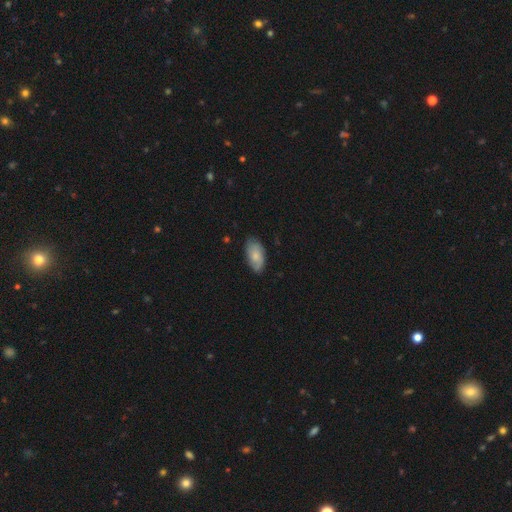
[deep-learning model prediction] Smooth or featured?
  - smooth: 65% *
  - featured or disk: 28%
  - star or artifact: 7%
How rounded?
  - in between: 93% *
  - cigar-shaped: 4%
  - round: 3%
Merging?
  - none: 75% *
  - minor disturbance: 20%
  - major disturbance: 4%
  - merger: 1%